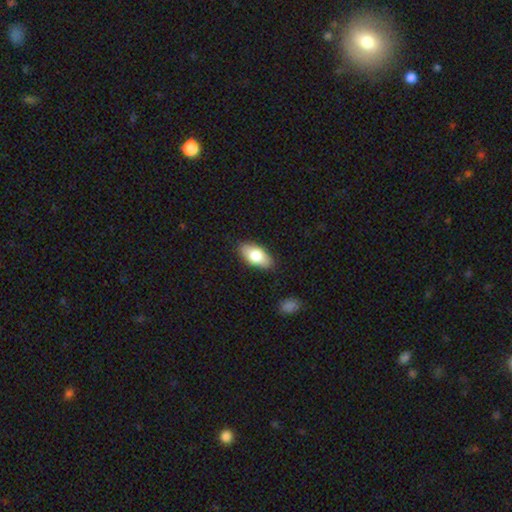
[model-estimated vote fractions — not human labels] This appears to be a smooth galaxy with no disk features (77%) that is in between round and cigar-shaped (90%). Merging: none (85%).